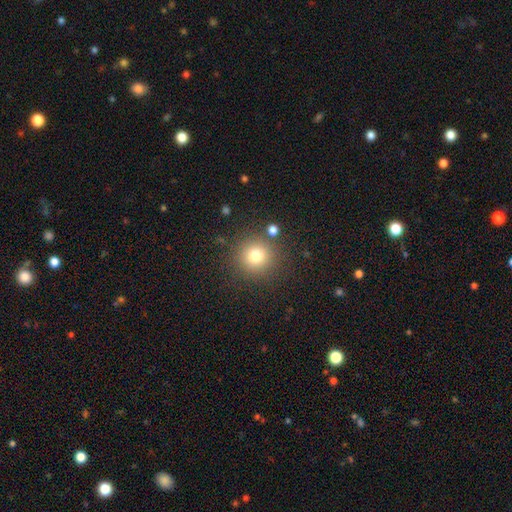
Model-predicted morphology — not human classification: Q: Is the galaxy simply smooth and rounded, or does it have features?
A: smooth — 77%.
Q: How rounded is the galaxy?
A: round — 94%.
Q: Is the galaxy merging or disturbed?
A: none — 85%.